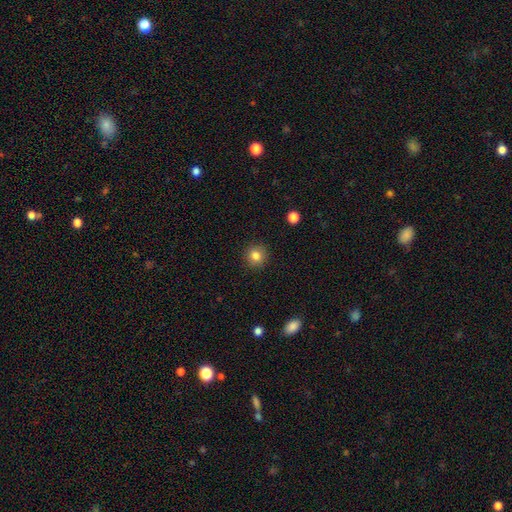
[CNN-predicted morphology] Smooth or featured? smooth (82%)
How rounded? round (92%)
Merging? none (91%)